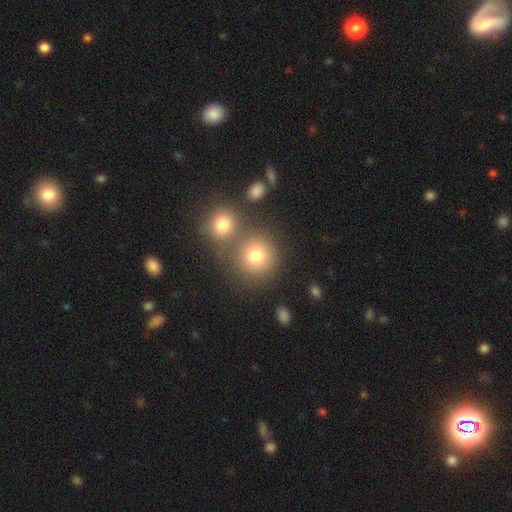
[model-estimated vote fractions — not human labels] smooth-or-featured: smooth: 77% | star or artifact: 13% | featured or disk: 10%
  how-rounded: round: 89% | in between: 10% | cigar-shaped: 1%
  merging: none: 64% | merger: 24% | minor disturbance: 8% | major disturbance: 4%